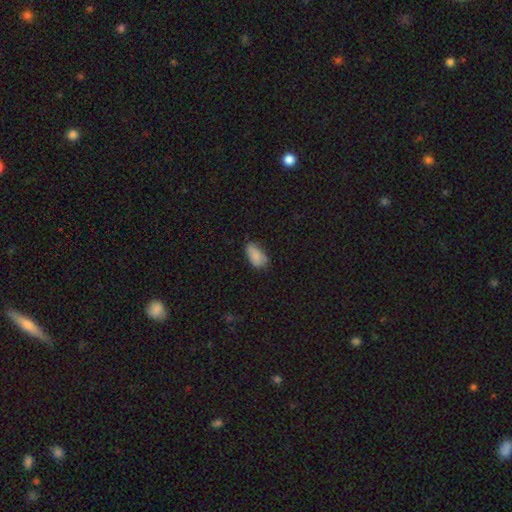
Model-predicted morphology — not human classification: The model was most divided on "merging": none: 59%, minor disturbance: 33%, major disturbance: 6%, merger: 2%. More confident: how rounded — in between (93%); smooth or featured — smooth (84%).